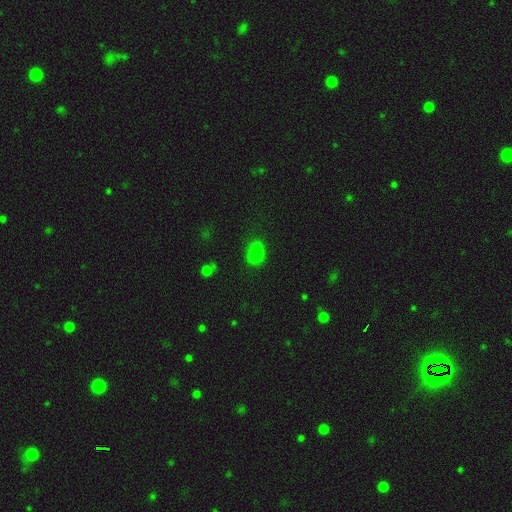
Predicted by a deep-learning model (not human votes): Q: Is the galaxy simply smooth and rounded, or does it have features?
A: smooth — 72%.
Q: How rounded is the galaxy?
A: in between — 59%.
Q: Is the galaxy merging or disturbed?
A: merger — 54%.